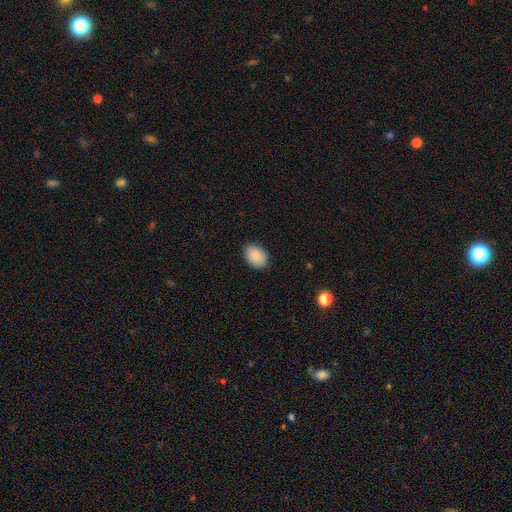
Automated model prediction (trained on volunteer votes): Q: Smooth or featured?
A: smooth (89%); runner-up: star or artifact (7%)
Q: How rounded?
A: in between (79%); runner-up: round (20%)
Q: Merging?
A: none (88%); runner-up: minor disturbance (9%)